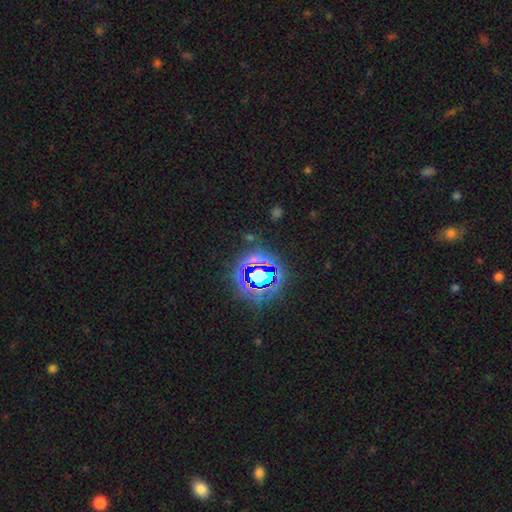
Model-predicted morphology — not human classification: Smooth or featured: star or artifact — 80% (smooth — 13%)